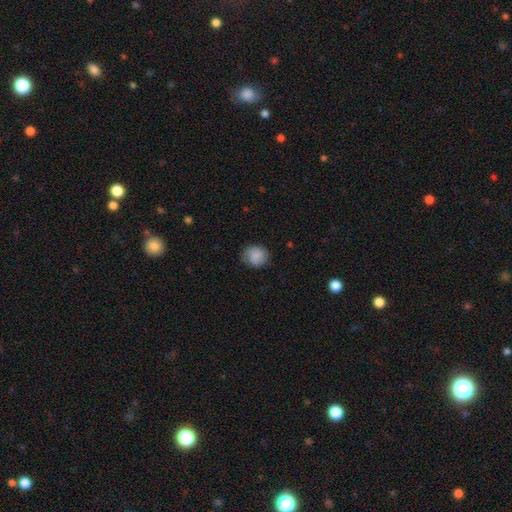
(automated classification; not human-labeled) Smooth or featured? smooth (80%)
How rounded? round (77%)
Merging? none (71%)